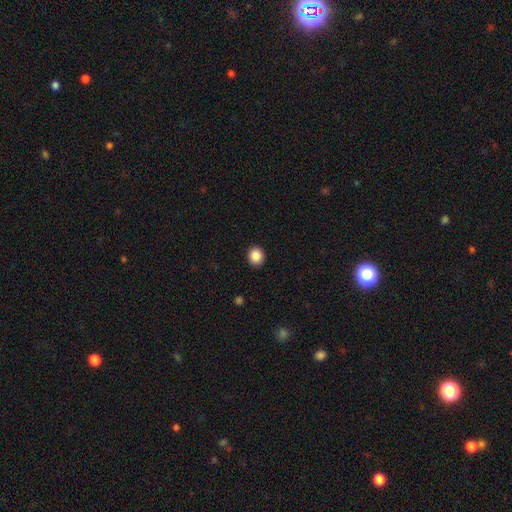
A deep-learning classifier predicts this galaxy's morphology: The model was most divided on "how rounded": round: 81%, in between: 19%, cigar-shaped: 1%. More confident: merging — none (92%); smooth or featured — smooth (87%).